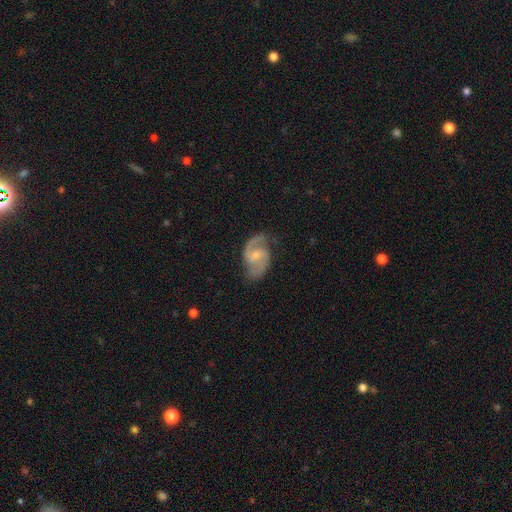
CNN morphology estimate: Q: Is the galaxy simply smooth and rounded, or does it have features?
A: featured or disk — 86%.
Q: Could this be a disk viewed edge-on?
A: no — 98%.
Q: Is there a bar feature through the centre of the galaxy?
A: weak — 55%.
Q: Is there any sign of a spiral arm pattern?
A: yes — 96%.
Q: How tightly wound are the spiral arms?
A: medium — 54%.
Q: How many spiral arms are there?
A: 2 — 91%.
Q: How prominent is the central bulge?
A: small — 56%.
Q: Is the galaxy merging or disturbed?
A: none — 73%.